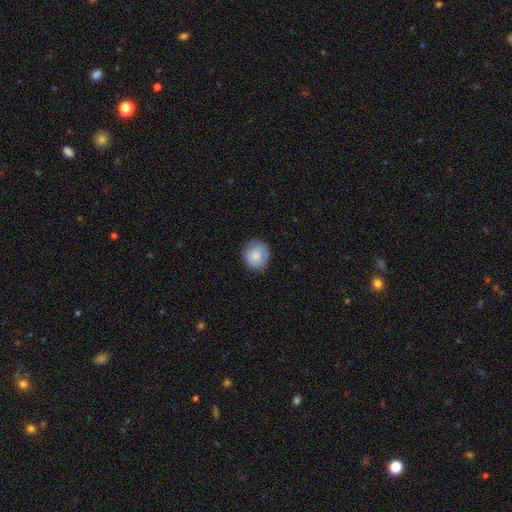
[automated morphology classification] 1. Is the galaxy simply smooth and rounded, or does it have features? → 81% smooth, 12% featured or disk, 7% star or artifact.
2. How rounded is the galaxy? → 84% round, 15% in between, 1% cigar-shaped.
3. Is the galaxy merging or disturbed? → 79% none, 16% minor disturbance, 4% major disturbance, 1% merger.